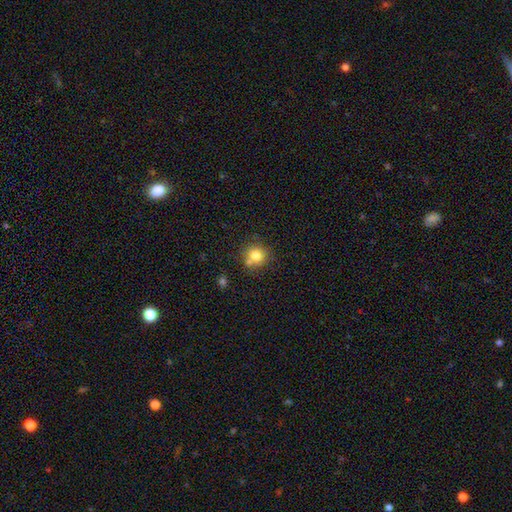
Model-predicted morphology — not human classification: Overall: smooth (78%). How rounded: round (89%). Merging: none (66%).